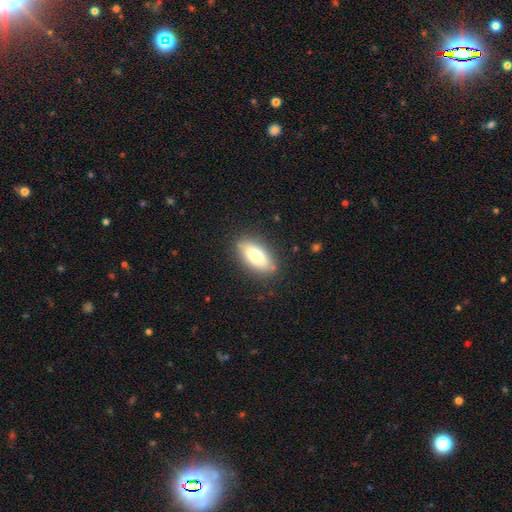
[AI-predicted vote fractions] Smooth or featured: smooth — 74% (featured or disk — 18%)
How rounded: in between — 86% (cigar-shaped — 11%)
Merging: none — 84% (minor disturbance — 11%)